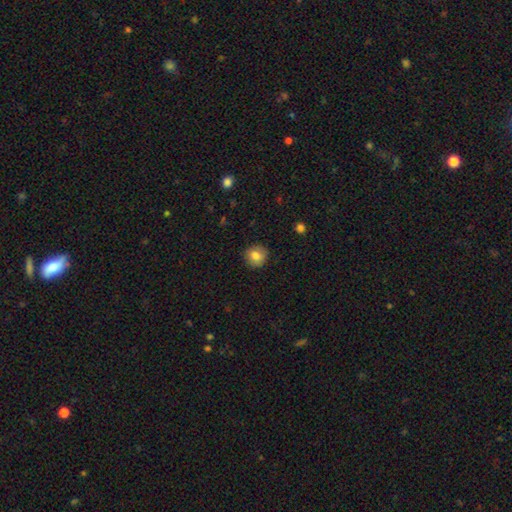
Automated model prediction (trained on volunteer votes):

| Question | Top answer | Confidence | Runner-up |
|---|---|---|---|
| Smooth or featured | smooth | 82% | star or artifact (9%) |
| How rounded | round | 90% | in between (9%) |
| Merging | none | 89% | minor disturbance (8%) |